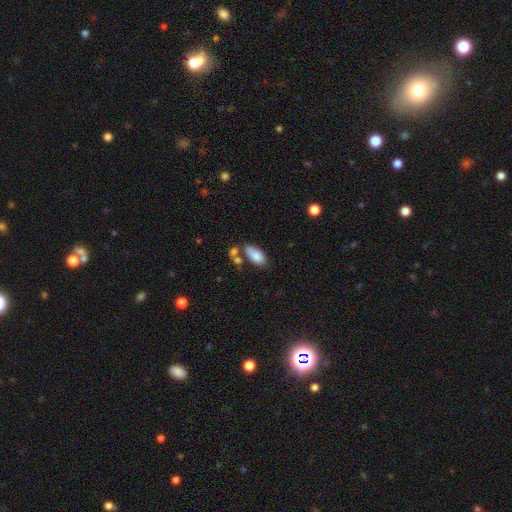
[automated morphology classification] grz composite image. It shows a smooth galaxy with no disk features (83%) that is in between round and cigar-shaped (92%). Merging: none (56%).